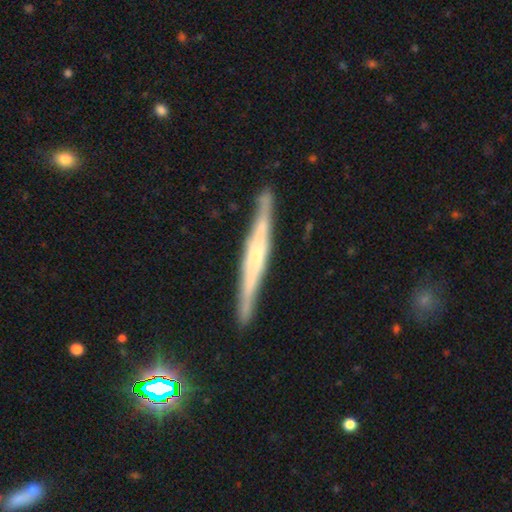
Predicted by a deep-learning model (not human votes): Smooth or featured? featured or disk (74%)
Edge-on disk? yes (96%)
Edge-on bulge? rounded (48%)
Merging? none (87%)